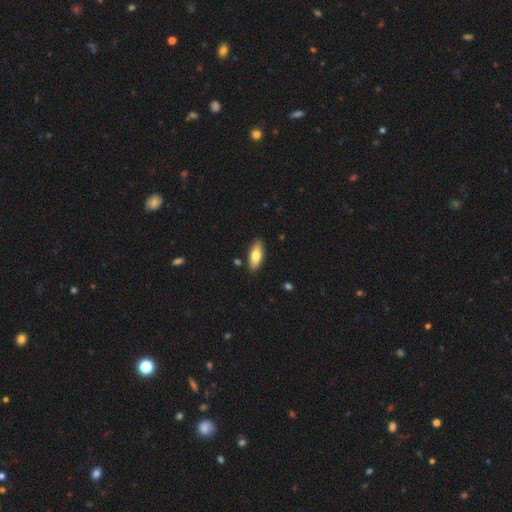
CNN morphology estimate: This is likely a smooth galaxy (79%). How rounded: likely in between (79%). Merging: clearly none (86%).